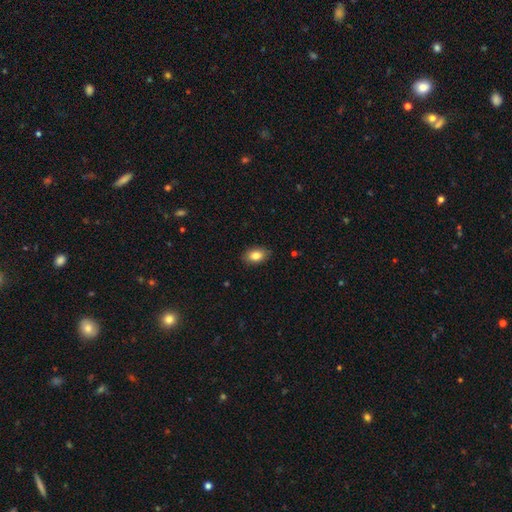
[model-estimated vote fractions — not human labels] smooth 84%, featured or disk 8%, star or artifact 8%. Down the decision tree: how rounded — in between (85%); merging — none (87%).